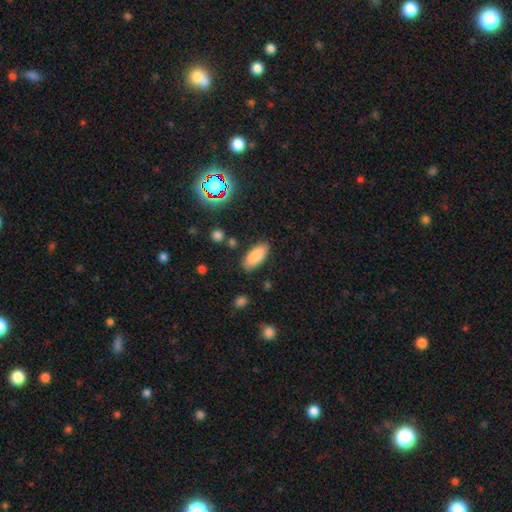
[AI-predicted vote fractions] Smooth or featured?
  - smooth: 85% *
  - star or artifact: 8%
  - featured or disk: 6%
How rounded?
  - in between: 84% *
  - cigar-shaped: 14%
  - round: 2%
Merging?
  - none: 85% *
  - minor disturbance: 10%
  - major disturbance: 3%
  - merger: 2%